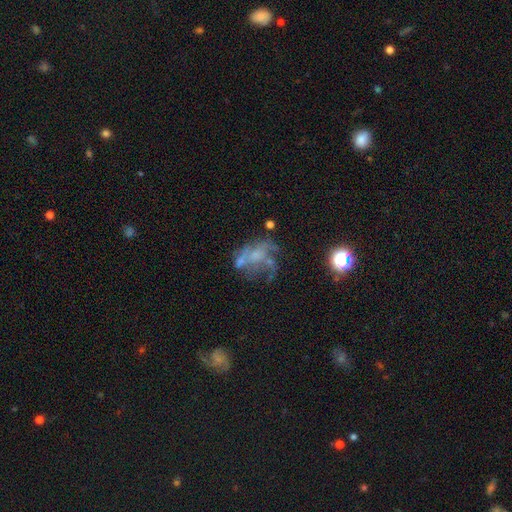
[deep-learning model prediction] This is likely a featured or disk galaxy (61%). It is clearly not viewed edge-on (97%). Bar: clearly no (81%). Spiral arm pattern: possibly no (60%). Central bulge: possibly none (53%). Merging: marginally none (40%).